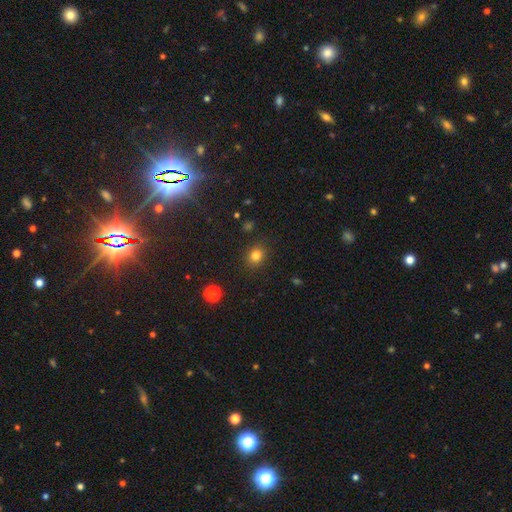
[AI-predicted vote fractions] Smooth or featured: smooth — 81% (star or artifact — 13%)
How rounded: round — 68% (in between — 31%)
Merging: none — 86% (minor disturbance — 9%)